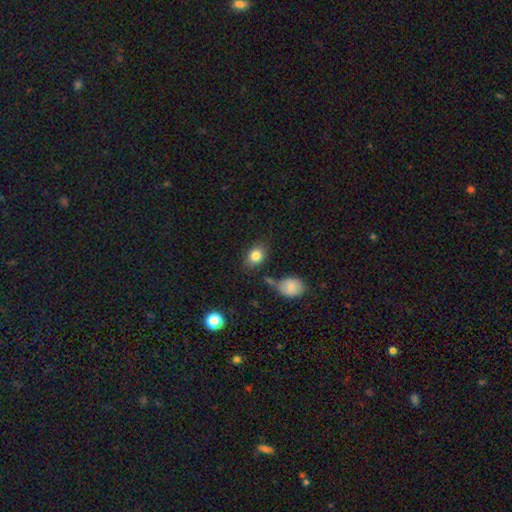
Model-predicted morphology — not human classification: Smooth or featured: smooth — 84% (star or artifact — 9%)
How rounded: in between — 66% (round — 33%)
Merging: none — 74% (minor disturbance — 14%)